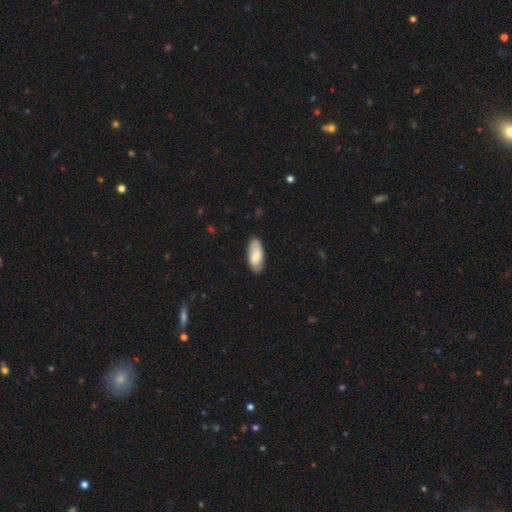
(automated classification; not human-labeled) A smooth galaxy with no disk features (82%) that is in between round and cigar-shaped (86%).

Vote fractions:
- Smooth or featured? smooth: 82% / featured or disk: 13% / star or artifact: 6%
- How rounded? in between: 86% / cigar-shaped: 12% / round: 2%
- Merging? none: 80% / minor disturbance: 16% / major disturbance: 3% / merger: 1%